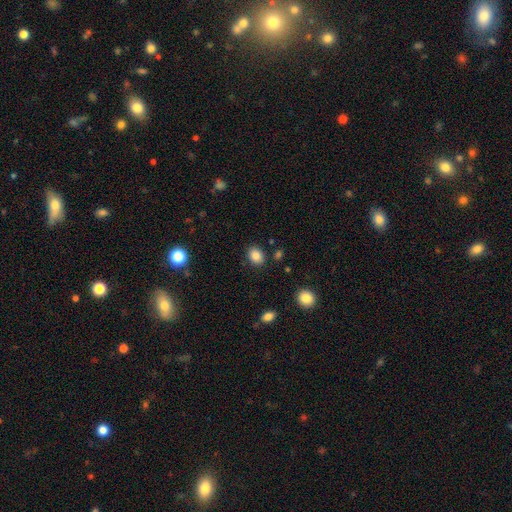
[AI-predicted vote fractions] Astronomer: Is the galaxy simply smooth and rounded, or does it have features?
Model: smooth — 85%.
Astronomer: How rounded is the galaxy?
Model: in between — 66%.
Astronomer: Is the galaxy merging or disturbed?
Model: none — 86%.